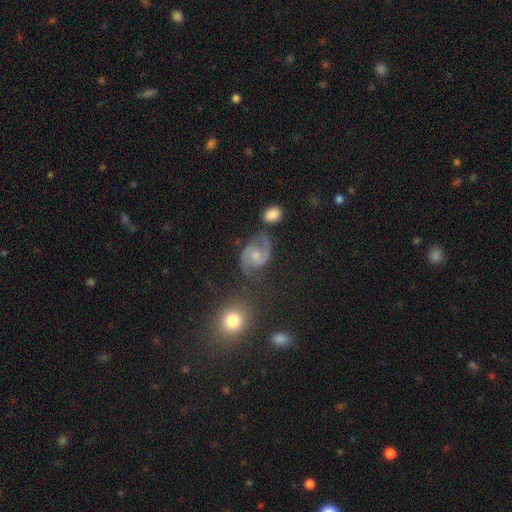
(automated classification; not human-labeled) The model was most divided on "bar": no: 55%, weak: 38%, strong: 7%. More confident: edge-on disk — no (98%); spiral arms — yes (96%); spiral arm count — 2 (92%); smooth or featured — featured or disk (81%); merging — none (61%); spiral winding — medium (57%); bulge size — small (54%).